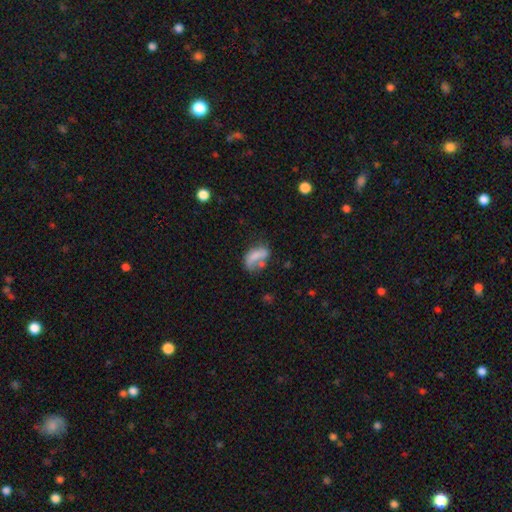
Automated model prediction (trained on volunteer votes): A smooth galaxy with no disk features (61%) that is in between round and cigar-shaped (82%). Merging: none (29%, tied with major disturbance).